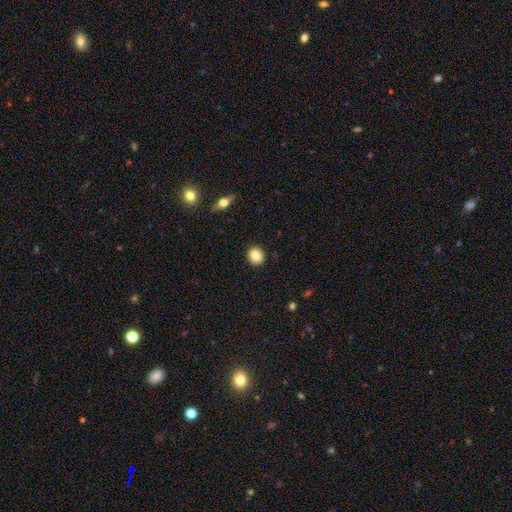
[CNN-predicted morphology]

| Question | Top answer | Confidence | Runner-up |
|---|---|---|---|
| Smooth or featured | smooth | 85% | star or artifact (9%) |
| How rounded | round | 82% | in between (17%) |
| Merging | none | 92% | minor disturbance (5%) |